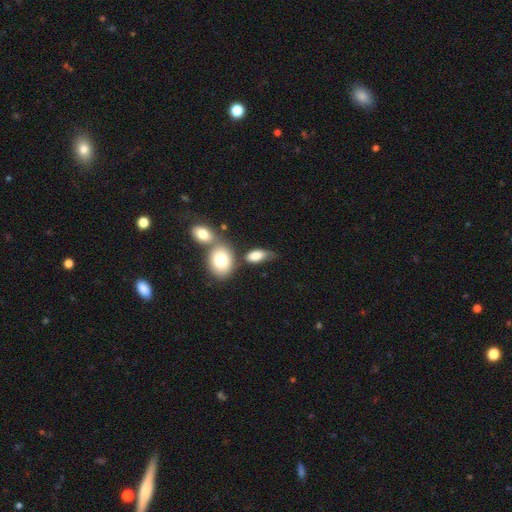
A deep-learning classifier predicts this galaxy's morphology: smooth 81%, featured or disk 11%, star or artifact 8%. Down the decision tree: how rounded — in between (87%); merging — none (44%).